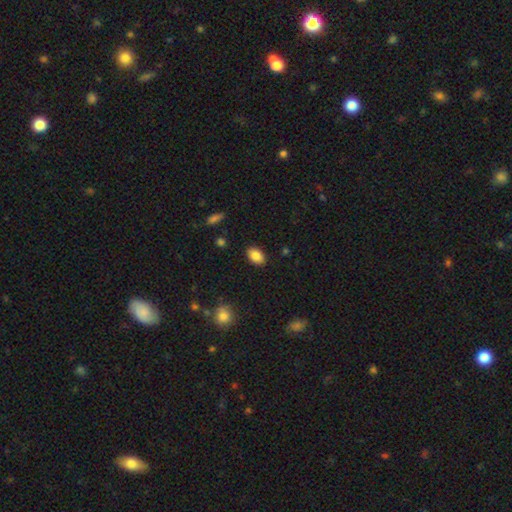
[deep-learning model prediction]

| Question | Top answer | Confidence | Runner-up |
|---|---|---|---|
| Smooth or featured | smooth | 87% | star or artifact (8%) |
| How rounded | in between | 87% | round (12%) |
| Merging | none | 88% | minor disturbance (9%) |